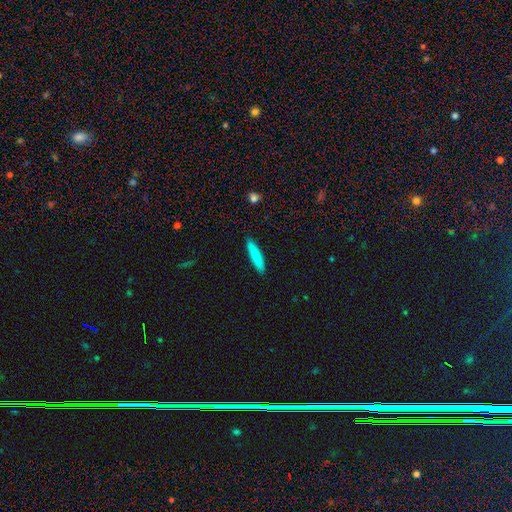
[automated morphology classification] Smooth or featured? smooth (84%)
How rounded? cigar-shaped (87%)
Merging? none (90%)